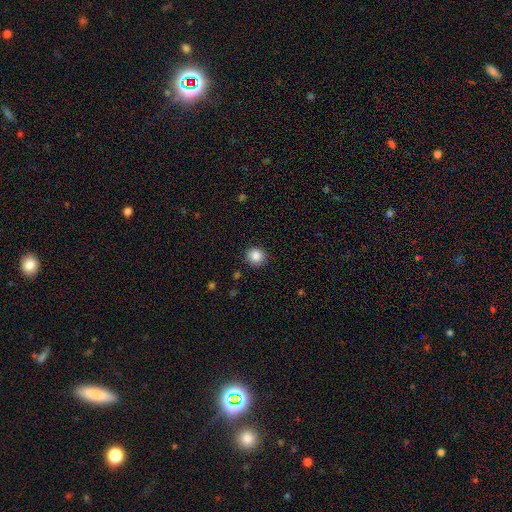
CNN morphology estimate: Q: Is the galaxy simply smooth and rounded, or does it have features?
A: smooth — 86%.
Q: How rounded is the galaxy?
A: round — 91%.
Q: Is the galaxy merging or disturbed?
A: none — 91%.